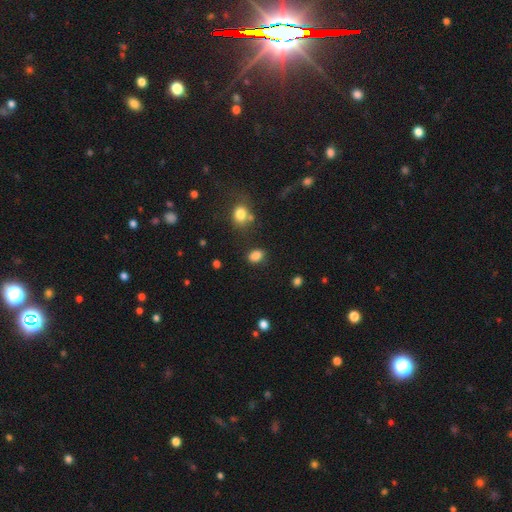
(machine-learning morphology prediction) This is clearly a smooth galaxy (85%). How rounded: likely in between (75%). Merging: clearly none (80%).